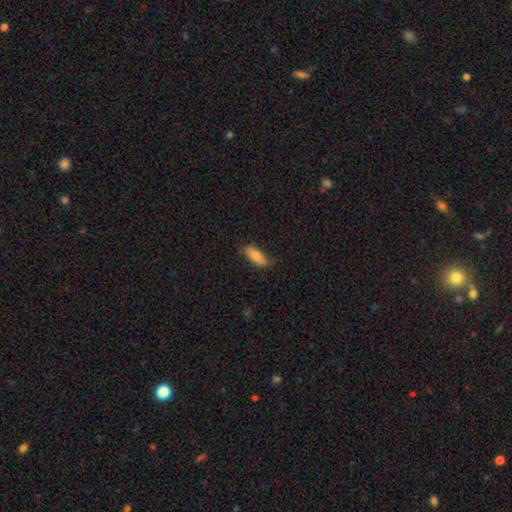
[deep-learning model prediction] The model was most divided on "how rounded": in between: 76%, cigar-shaped: 21%, round: 2%. More confident: smooth or featured — smooth (80%); merging — none (76%).